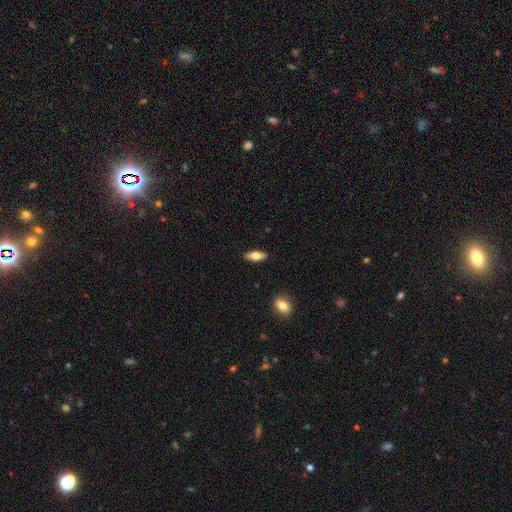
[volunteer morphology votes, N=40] Smooth or featured? smooth (60%)
How rounded? in between (79%)
Merging? none (89%)